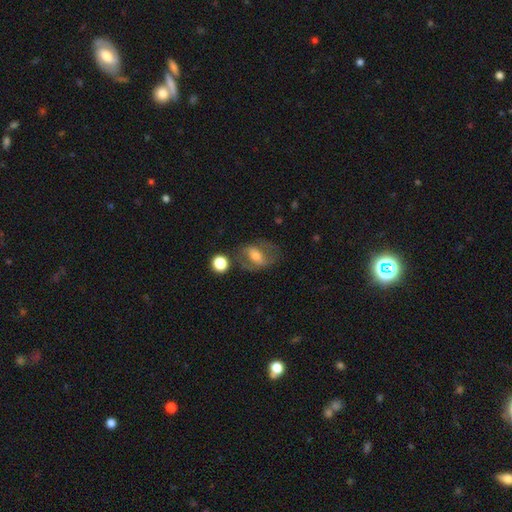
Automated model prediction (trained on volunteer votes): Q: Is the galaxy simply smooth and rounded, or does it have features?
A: featured or disk — 48%.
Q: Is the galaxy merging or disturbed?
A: none — 57%.